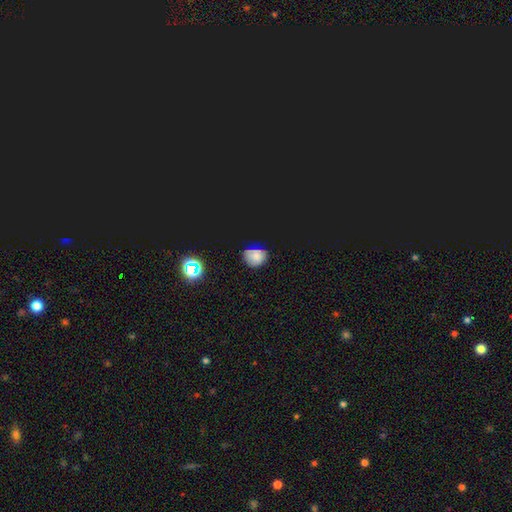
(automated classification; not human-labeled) Smooth or featured? smooth (56%)
How rounded? round (61%)
Merging? none (70%)